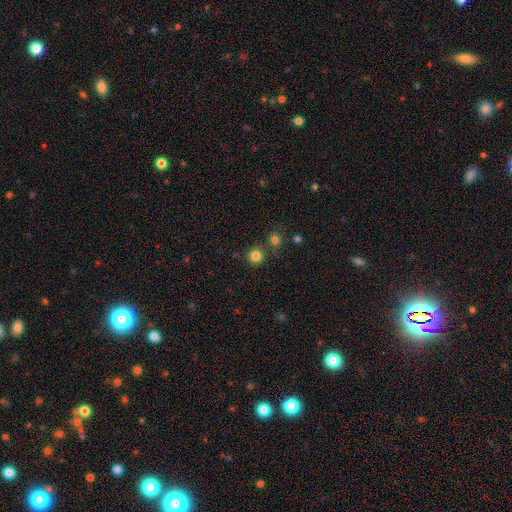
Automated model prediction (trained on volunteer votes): Smooth or featured? Predicted: smooth (p=0.82). How rounded? Predicted: round (p=0.94). Merging? Predicted: none (p=0.80).